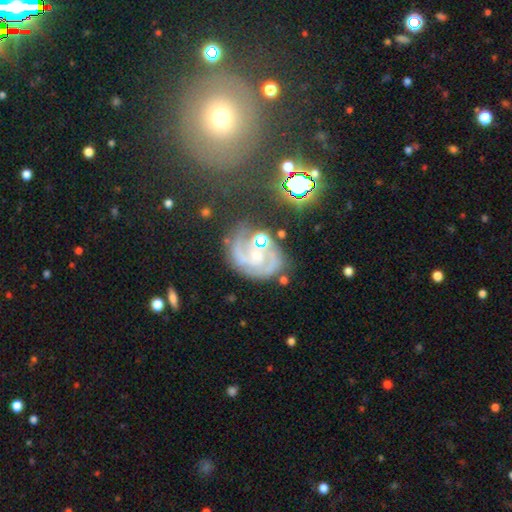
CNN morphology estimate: This is clearly a featured or disk galaxy (85%). It is clearly not viewed edge-on (98%). Bar: possibly no (51%). Spiral arm pattern: clearly yes (96%). Spiral arm count: likely 2 (65%). Spiral winding: possibly medium (47%). Central bulge: possibly small (54%). Merging: likely none (63%).